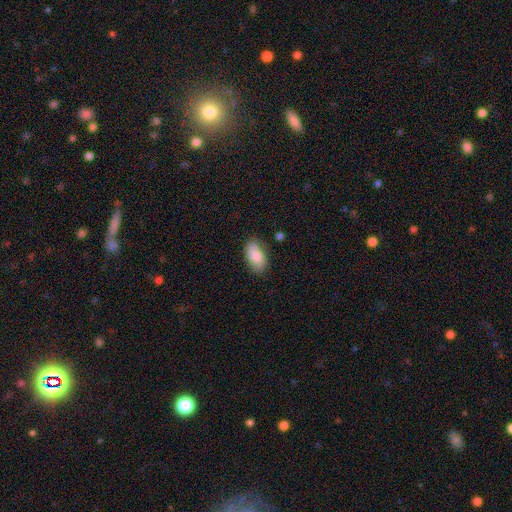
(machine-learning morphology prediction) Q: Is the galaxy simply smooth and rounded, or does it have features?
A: smooth — 80%.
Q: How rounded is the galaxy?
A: in between — 93%.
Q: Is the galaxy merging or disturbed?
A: none — 76%.